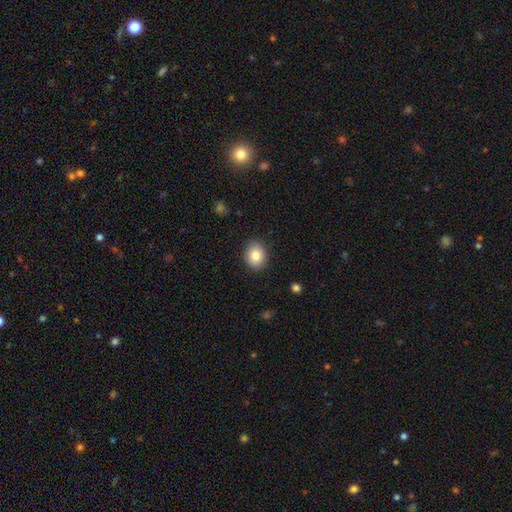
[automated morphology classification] Smooth or featured?
  - smooth: 85% *
  - star or artifact: 8%
  - featured or disk: 7%
How rounded?
  - in between: 59% *
  - round: 40%
  - cigar-shaped: 1%
Merging?
  - none: 87% *
  - minor disturbance: 10%
  - major disturbance: 2%
  - merger: 1%